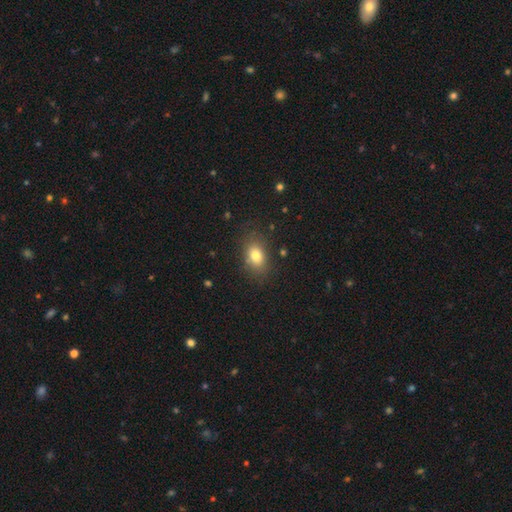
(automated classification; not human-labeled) A smooth galaxy with no disk features (79%) that is in between round and cigar-shaped (77%). Merging: none (79%).